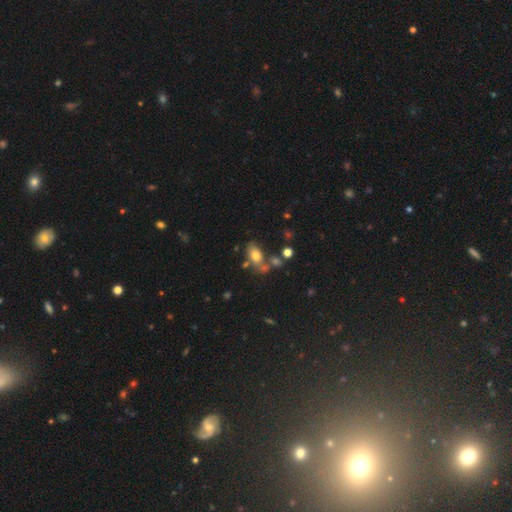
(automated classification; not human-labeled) Smooth or featured: smooth — 72% (featured or disk — 17%)
How rounded: in between — 87% (round — 10%)
Merging: none — 49% (merger — 26%)